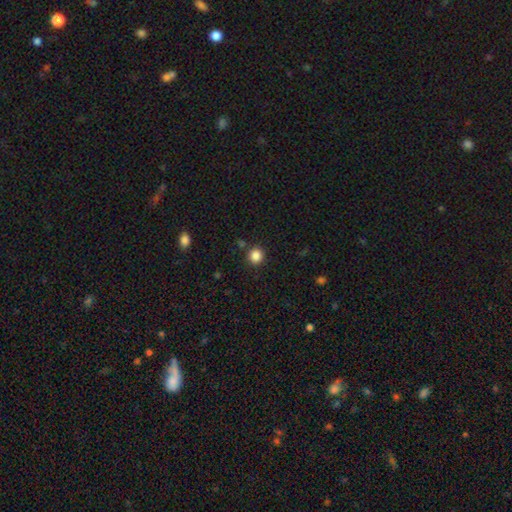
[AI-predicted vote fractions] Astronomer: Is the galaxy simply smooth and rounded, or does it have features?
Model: smooth — 86%.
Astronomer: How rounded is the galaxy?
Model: round — 91%.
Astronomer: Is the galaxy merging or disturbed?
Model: none — 88%.